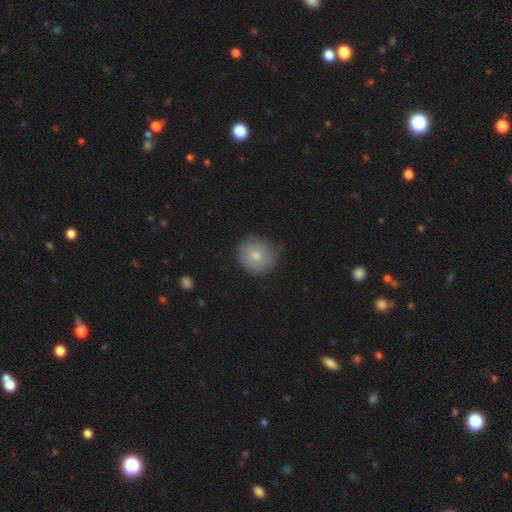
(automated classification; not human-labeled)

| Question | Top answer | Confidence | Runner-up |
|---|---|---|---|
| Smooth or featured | smooth | 79% | featured or disk (14%) |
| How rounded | round | 85% | in between (14%) |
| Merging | none | 78% | minor disturbance (17%) |